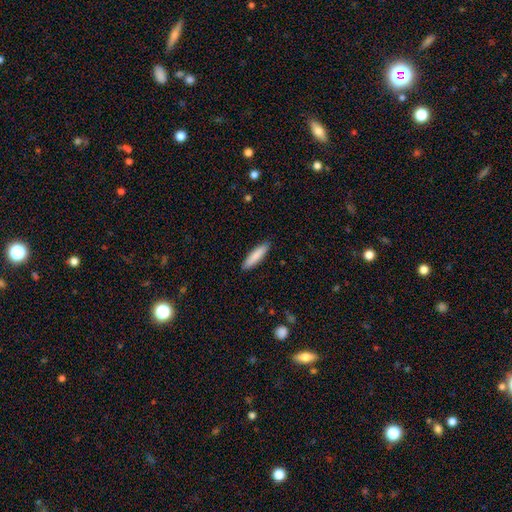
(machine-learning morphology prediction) smooth-or-featured: smooth: 85% | featured or disk: 9% | star or artifact: 5%
  how-rounded: cigar-shaped: 77% | in between: 22% | round: 1%
  merging: none: 90% | minor disturbance: 8% | major disturbance: 2% | merger: 1%